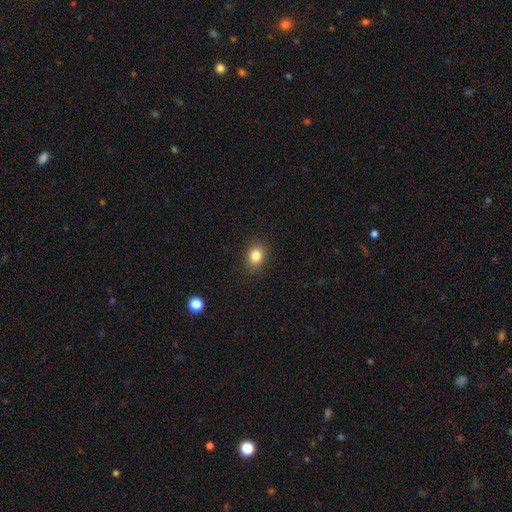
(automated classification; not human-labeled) Smooth or featured?
  - smooth: 83% *
  - star or artifact: 11%
  - featured or disk: 6%
How rounded?
  - in between: 53% *
  - round: 46%
  - cigar-shaped: 1%
Merging?
  - none: 89% *
  - minor disturbance: 8%
  - major disturbance: 2%
  - merger: 1%